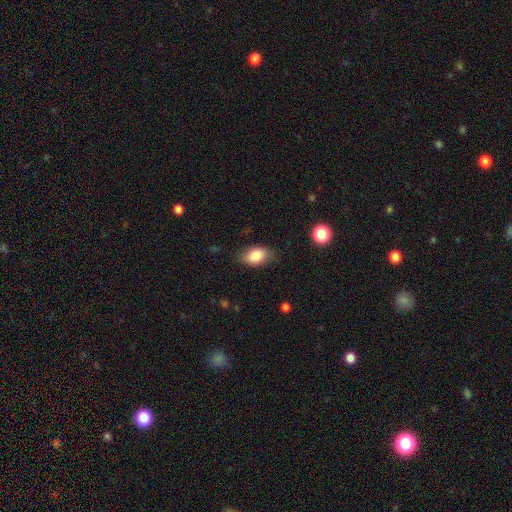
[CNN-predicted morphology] smooth-or-featured: smooth: 84% | featured or disk: 9% | star or artifact: 8%
  how-rounded: in between: 88% | round: 10% | cigar-shaped: 2%
  merging: none: 79% | minor disturbance: 16% | major disturbance: 4% | merger: 1%